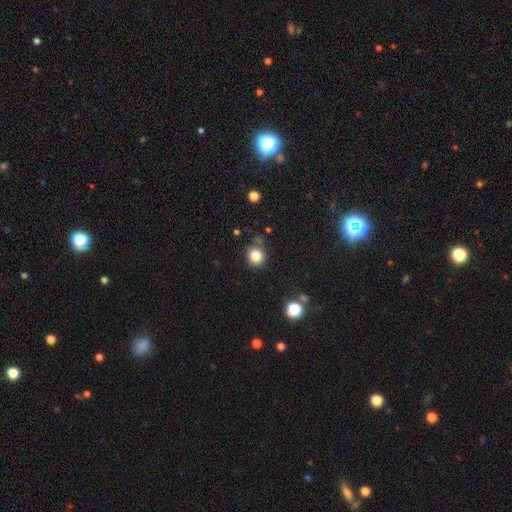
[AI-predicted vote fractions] Smooth or featured? Predicted: smooth (p=0.83). How rounded? Predicted: round (p=0.85). Merging? Predicted: none (p=0.78).